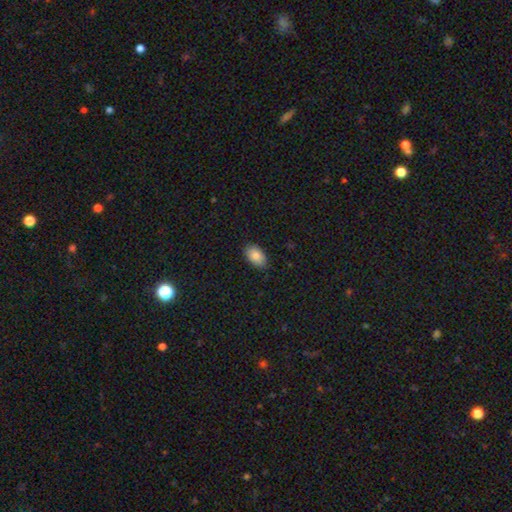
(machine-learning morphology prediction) smooth 86%, star or artifact 7%, featured or disk 7%. Down the decision tree: how rounded — in between (93%); merging — none (88%).